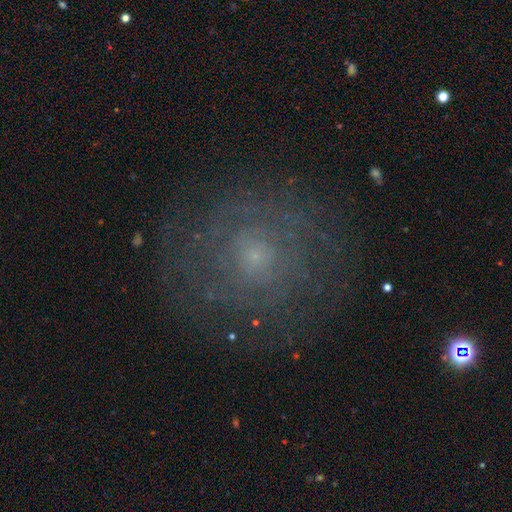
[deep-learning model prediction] This is possibly a featured or disk galaxy (54%). It is clearly not viewed edge-on (97%). Bar: clearly no (82%). Spiral arm pattern: likely yes (66%). Central bulge: likely small (71%). Merging: likely none (80%).